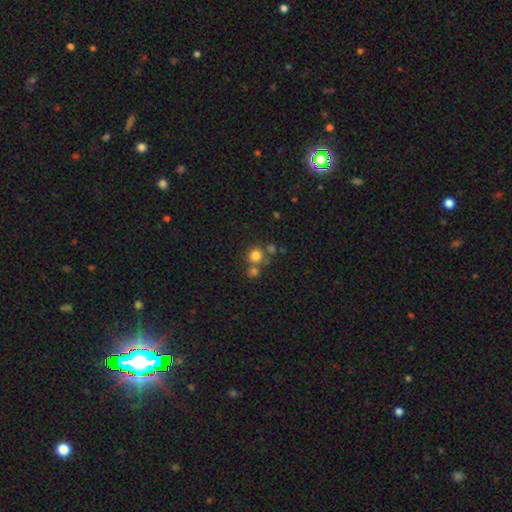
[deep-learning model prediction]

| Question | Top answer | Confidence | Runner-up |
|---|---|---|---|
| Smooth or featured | smooth | 77% | star or artifact (14%) |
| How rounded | round | 88% | in between (11%) |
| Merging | none | 60% | merger (27%) |